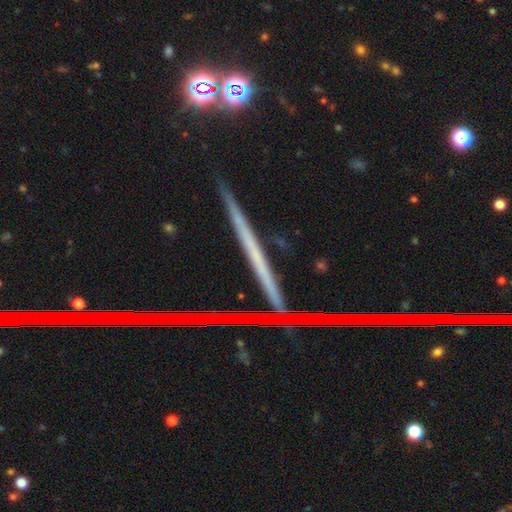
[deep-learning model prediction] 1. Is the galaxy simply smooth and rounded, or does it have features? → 46% featured or disk, 38% star or artifact, 16% smooth.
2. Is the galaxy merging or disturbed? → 88% none, 7% minor disturbance, 3% merger, 2% major disturbance.